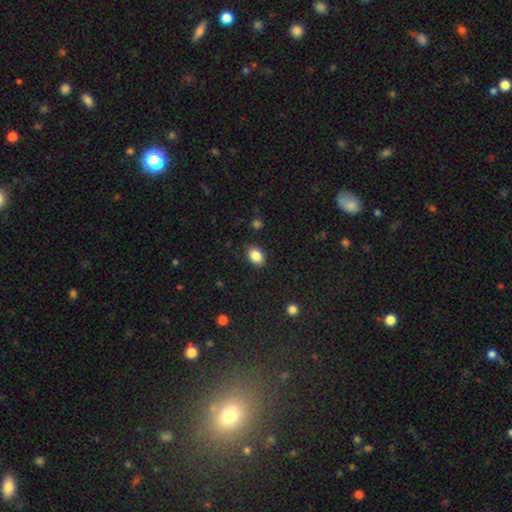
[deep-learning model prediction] Smooth or featured? Predicted: smooth (p=0.86). How rounded? Predicted: in between (p=0.78). Merging? Predicted: none (p=0.87).